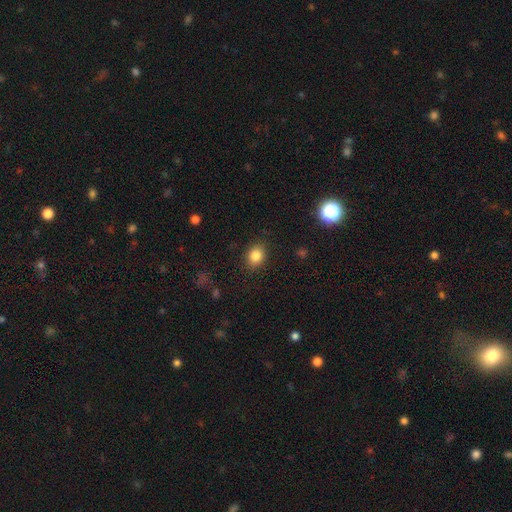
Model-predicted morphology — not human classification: Overall: smooth (84%). How rounded: round (51%; in between 48%). Merging: none (87%).